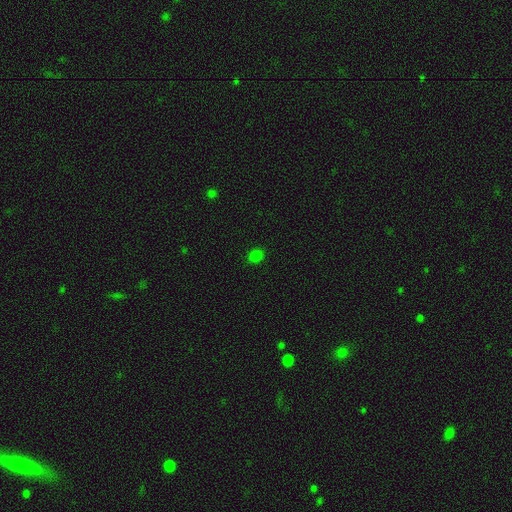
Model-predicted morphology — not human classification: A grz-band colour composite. It shows a smooth galaxy with no disk features (80%) that is round (65%). Merging: none (90%).